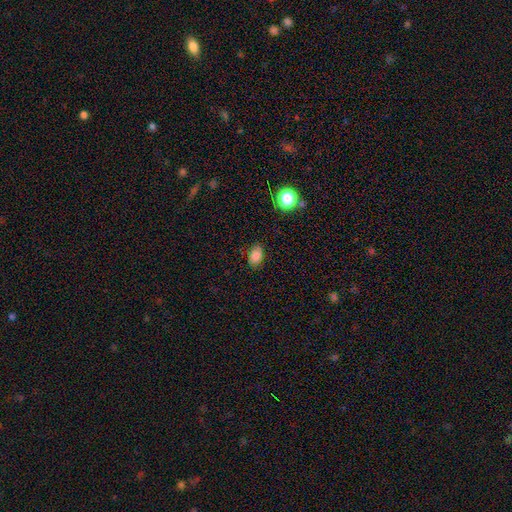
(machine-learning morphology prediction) A smooth galaxy with no disk features (83%) that is in between round and cigar-shaped (85%).

Vote fractions:
- Smooth or featured? smooth: 83% / star or artifact: 11% / featured or disk: 6%
- How rounded? in between: 85% / round: 13% / cigar-shaped: 1%
- Merging? none: 81% / minor disturbance: 14% / major disturbance: 3% / merger: 1%